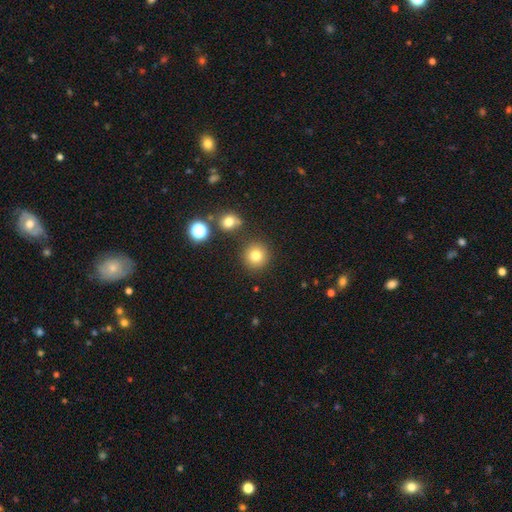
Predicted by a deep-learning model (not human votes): This appears to be a smooth galaxy with no disk features (80%) that is round (93%). Merging: none (85%).